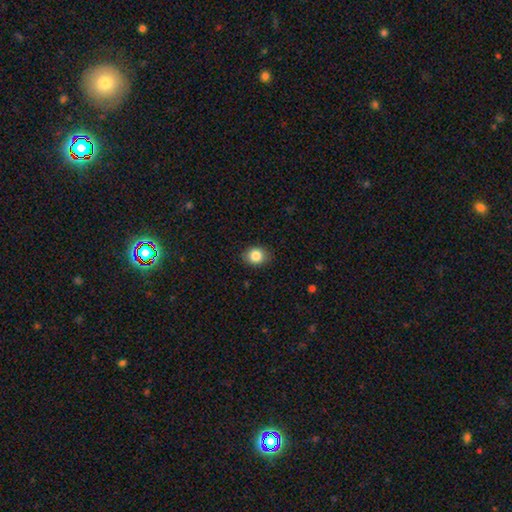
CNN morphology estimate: type=smooth (85%); roundness=round (62%); merging=none (86%).